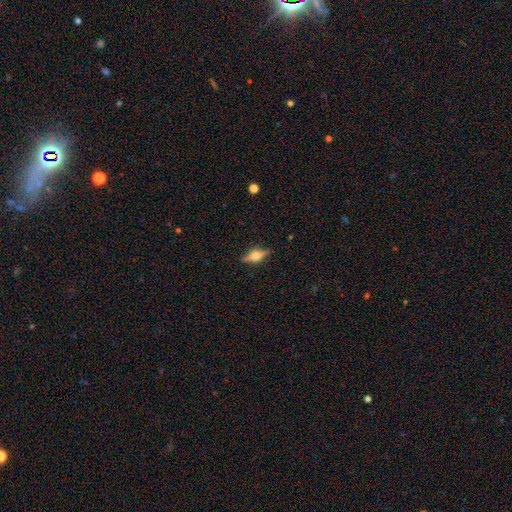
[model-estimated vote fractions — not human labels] A featured or disk galaxy (69%) viewed edge-on (96%) with a rounded central bulge (93%). Merging: none (86%).